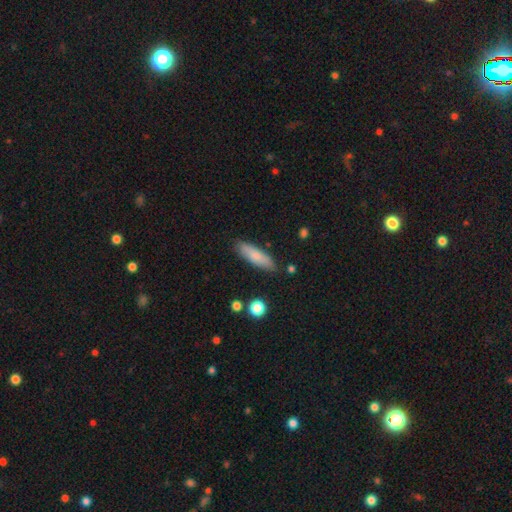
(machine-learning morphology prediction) This appears to be a smooth galaxy with no disk features (77%) that is cigar-shaped (62%). Merging: none (84%).